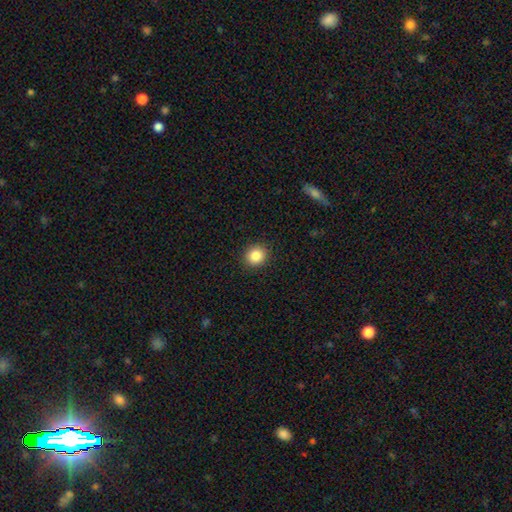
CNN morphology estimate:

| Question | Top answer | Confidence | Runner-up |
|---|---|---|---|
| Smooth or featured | smooth | 86% | star or artifact (9%) |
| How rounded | round | 84% | in between (15%) |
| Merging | none | 91% | minor disturbance (6%) |